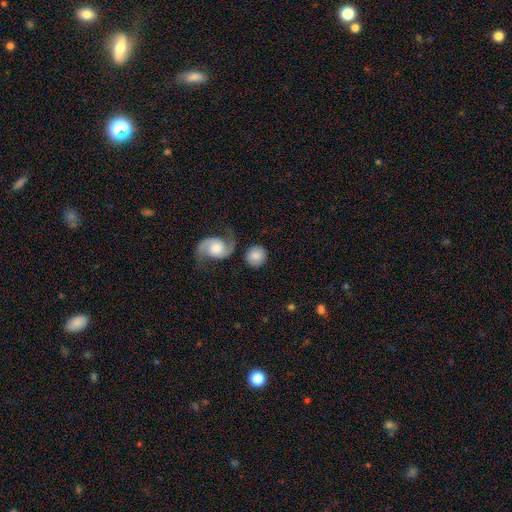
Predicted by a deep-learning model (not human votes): A smooth galaxy with no disk features (72%) that is round (85%).

Vote fractions:
- Smooth or featured? smooth: 72% / featured or disk: 22% / star or artifact: 6%
- How rounded? round: 85% / in between: 14% / cigar-shaped: 1%
- Merging? none: 69% / merger: 13% / minor disturbance: 12% / major disturbance: 6%